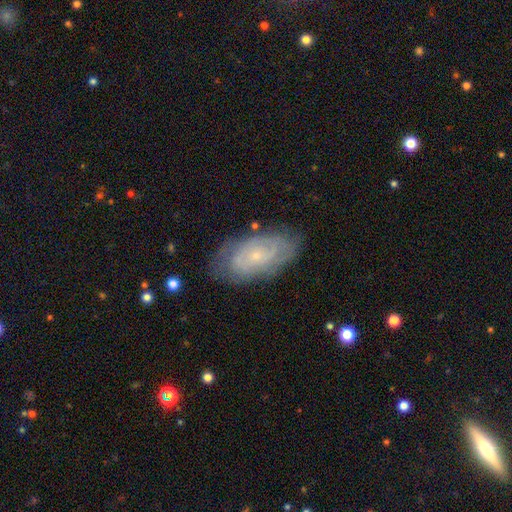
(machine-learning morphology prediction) Smooth or featured? Predicted: featured or disk (p=0.70). Edge-on disk? Predicted: no (p=0.94). Bar? Predicted: no (p=0.77). Spiral arms? Predicted: yes (p=0.78). Spiral winding? Predicted: tight (p=0.66). Spiral arm count? Predicted: can't tell (p=0.54). Bulge size? Predicted: small (p=0.83). Merging? Predicted: none (p=0.75).